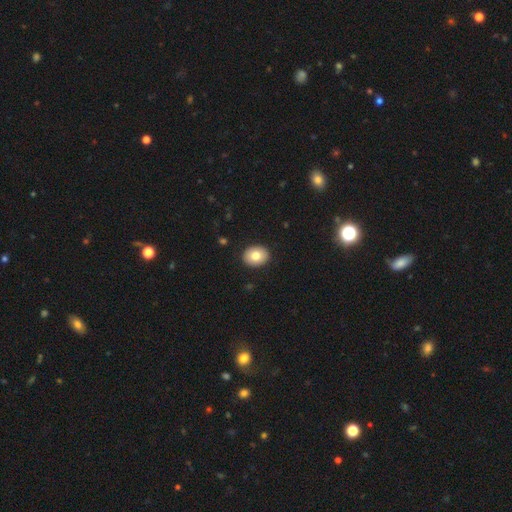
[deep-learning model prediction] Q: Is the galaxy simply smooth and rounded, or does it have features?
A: smooth — 80%.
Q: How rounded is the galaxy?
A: in between — 59%.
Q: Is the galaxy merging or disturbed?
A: none — 91%.